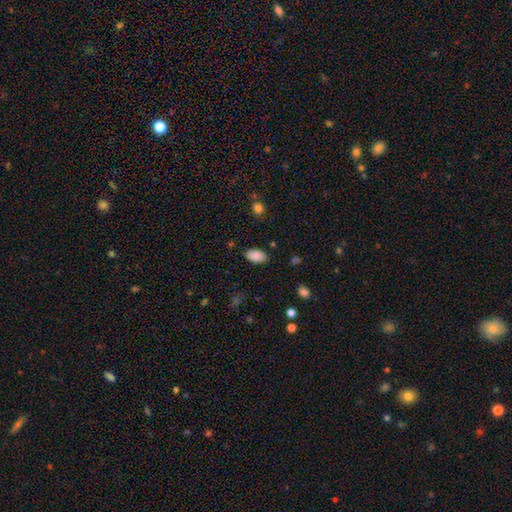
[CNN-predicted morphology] Smooth or featured? smooth (87%)
How rounded? in between (95%)
Merging? none (84%)